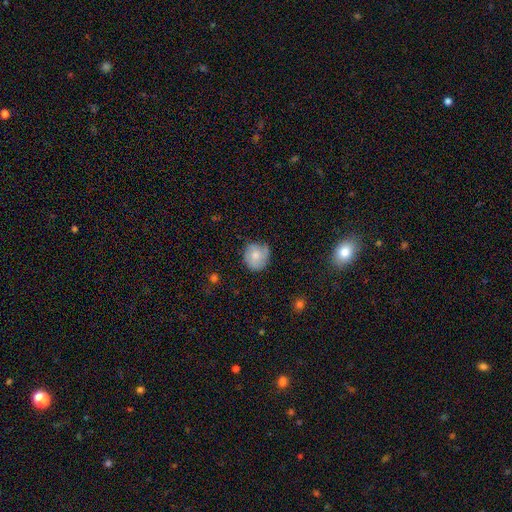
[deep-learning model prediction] smooth 68%, featured or disk 24%, star or artifact 8%. Down the decision tree: how rounded — round (84%); merging — none (68%).